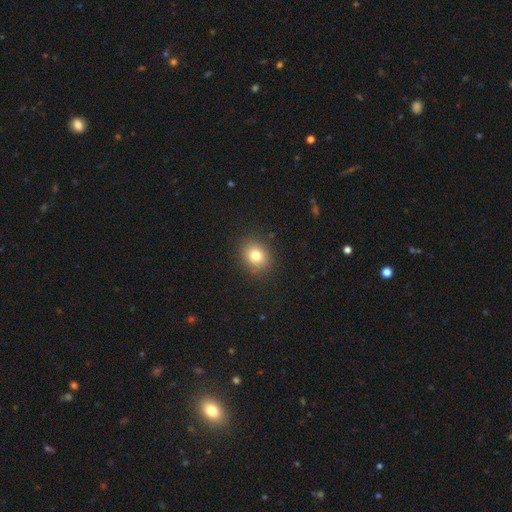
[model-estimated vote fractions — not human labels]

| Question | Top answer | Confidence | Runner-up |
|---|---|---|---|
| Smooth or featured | smooth | 79% | star or artifact (12%) |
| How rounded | round | 65% | in between (34%) |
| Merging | none | 88% | minor disturbance (8%) |